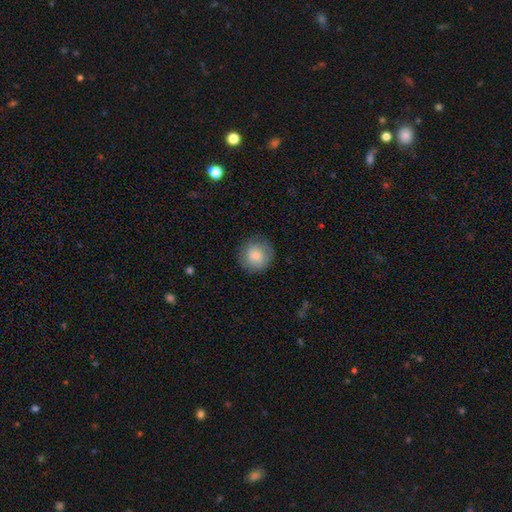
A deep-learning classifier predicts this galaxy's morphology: Overall: smooth (81%). How rounded: round (92%). Merging: none (84%).